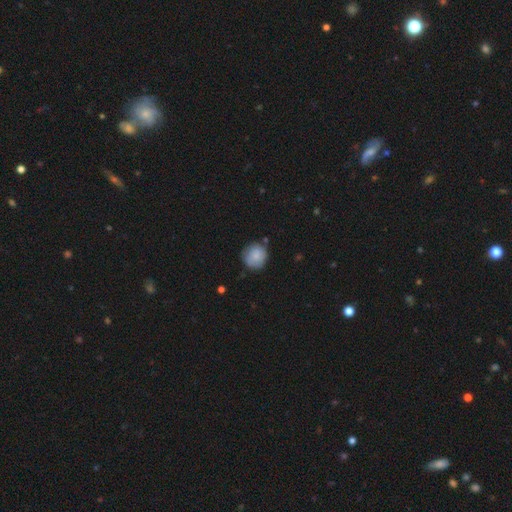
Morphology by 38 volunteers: Smooth or featured? 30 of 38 (79%) said smooth. How rounded? 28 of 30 (93%) said round. Merging? 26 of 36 (72%) said none.